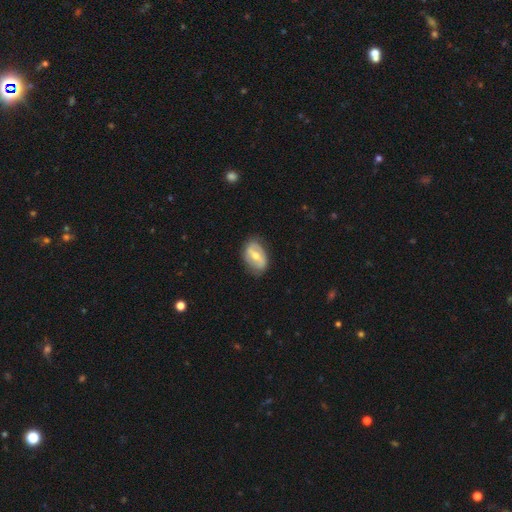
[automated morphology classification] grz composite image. It shows a featured or disk galaxy (56%) with a strong bar (40%), no spiral arms (52%) and a moderate central bulge (66%). Merging: none (77%).